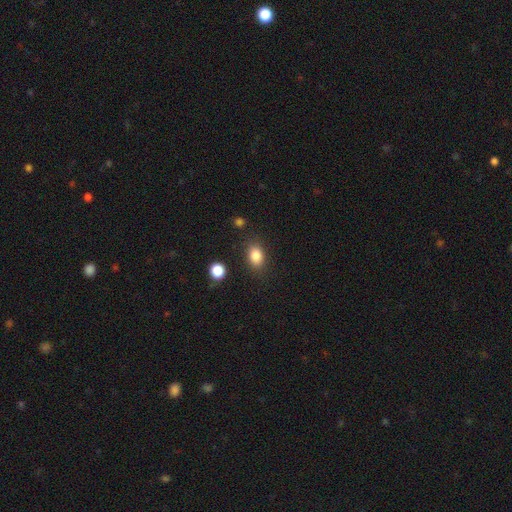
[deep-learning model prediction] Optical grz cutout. It shows a smooth galaxy with no disk features (84%) that is in between round and cigar-shaped (77%). Merging: none (82%).